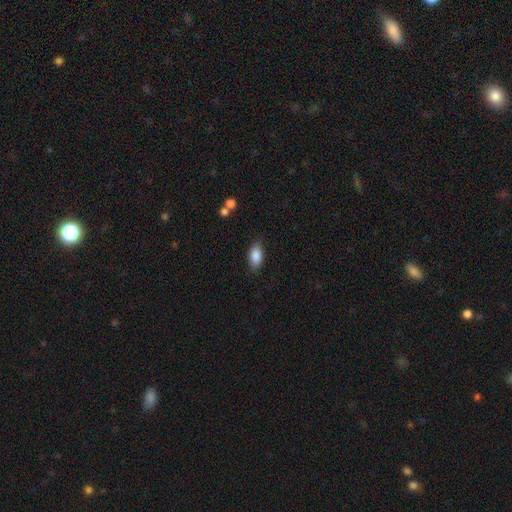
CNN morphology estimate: Q: Smooth or featured?
A: smooth (87%); runner-up: star or artifact (7%)
Q: How rounded?
A: in between (91%); runner-up: cigar-shaped (5%)
Q: Merging?
A: none (84%); runner-up: minor disturbance (12%)